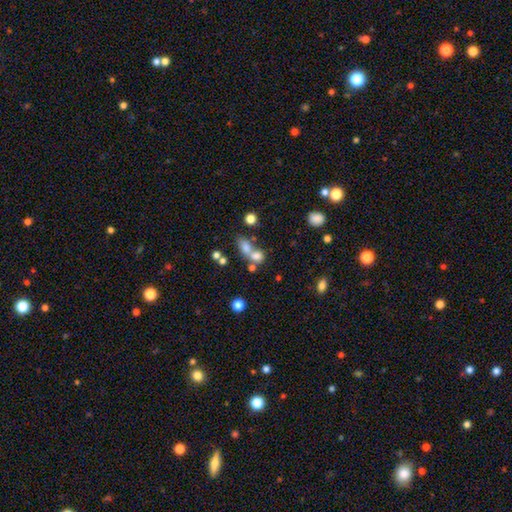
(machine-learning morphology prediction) A smooth galaxy with no disk features (73%) that is in between round and cigar-shaped (51%).

Vote fractions:
- Smooth or featured? smooth: 73% / star or artifact: 14% / featured or disk: 13%
- How rounded? in between: 51% / round: 44% / cigar-shaped: 4%
- Merging? merger: 55% / none: 32% / minor disturbance: 8% / major disturbance: 6%